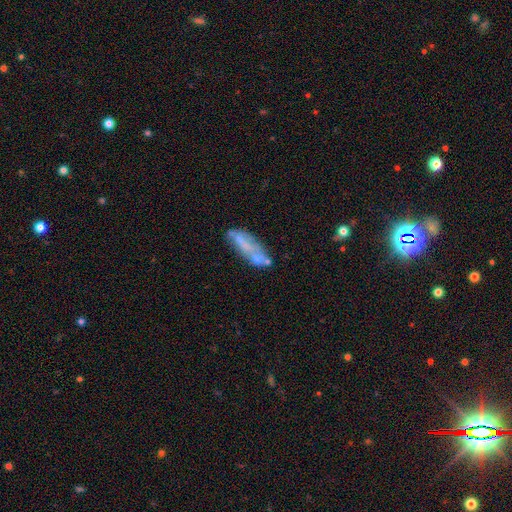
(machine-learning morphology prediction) This appears to be a smooth galaxy with no disk features (47%). Merging: none (39%).